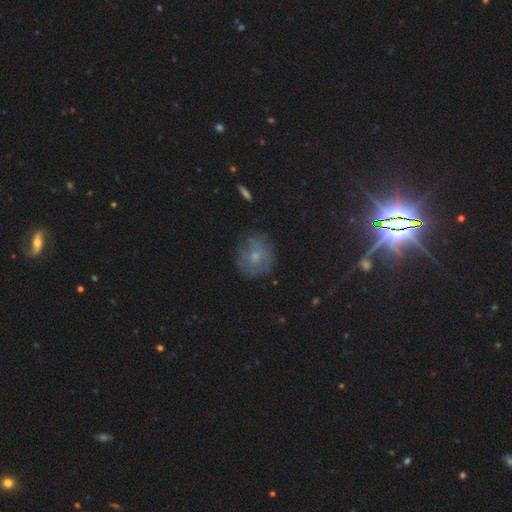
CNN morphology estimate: Smooth or featured: smooth — 50% (featured or disk — 36%)
How rounded: round — 86% (in between — 13%)
Merging: none — 73% (minor disturbance — 19%)